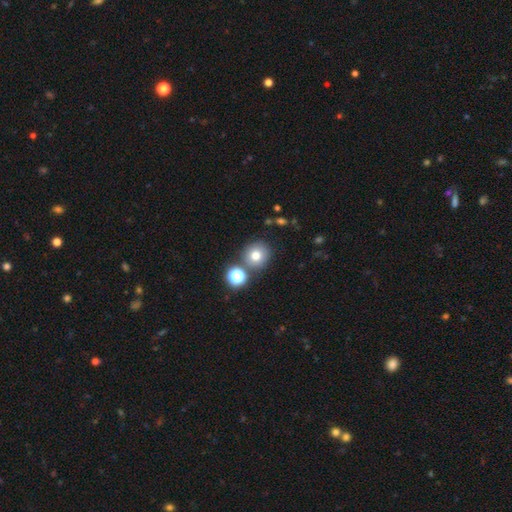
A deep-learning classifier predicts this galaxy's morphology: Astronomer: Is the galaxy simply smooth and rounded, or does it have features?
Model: smooth — 75%.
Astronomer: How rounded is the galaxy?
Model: round — 88%.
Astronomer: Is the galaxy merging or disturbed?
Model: none — 74%.